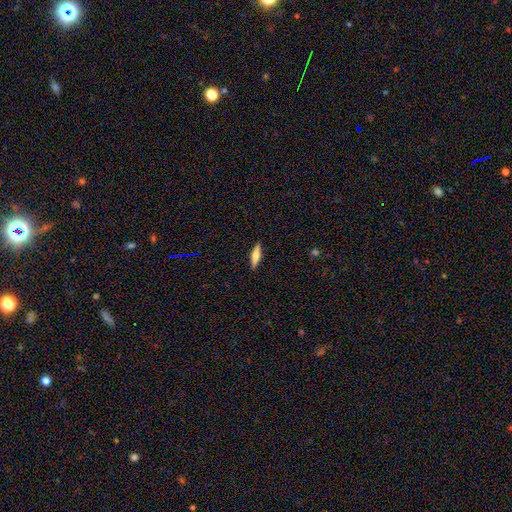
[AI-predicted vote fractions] Morphology: type=smooth (64%); roundness=cigar-shaped (71%); merging=none (90%).